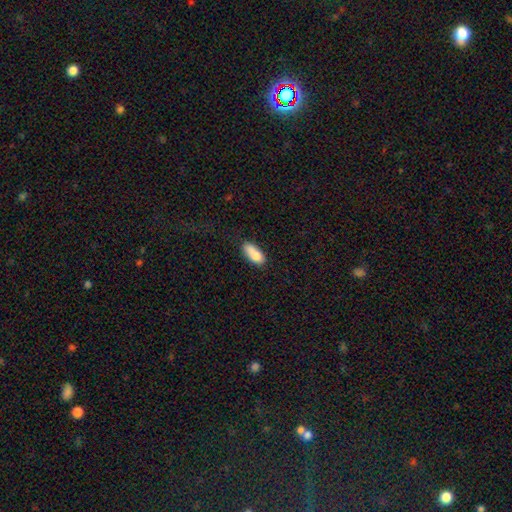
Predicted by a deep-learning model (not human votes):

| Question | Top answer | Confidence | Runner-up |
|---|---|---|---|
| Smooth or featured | smooth | 80% | featured or disk (12%) |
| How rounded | in between | 82% | cigar-shaped (15%) |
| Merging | none | 55% | minor disturbance (26%) |